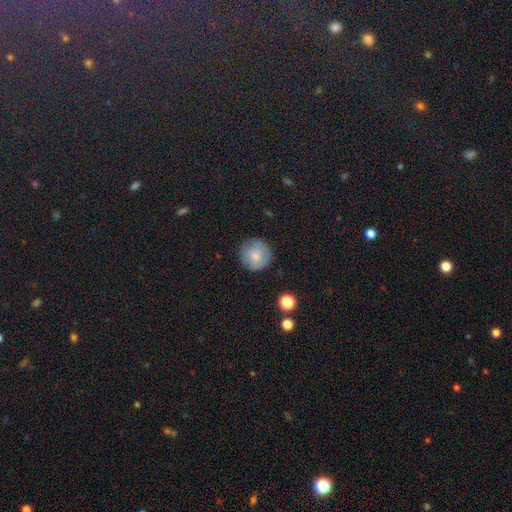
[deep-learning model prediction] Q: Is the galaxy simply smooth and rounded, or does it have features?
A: smooth — 77%.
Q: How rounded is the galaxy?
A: round — 95%.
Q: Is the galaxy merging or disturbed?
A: none — 82%.